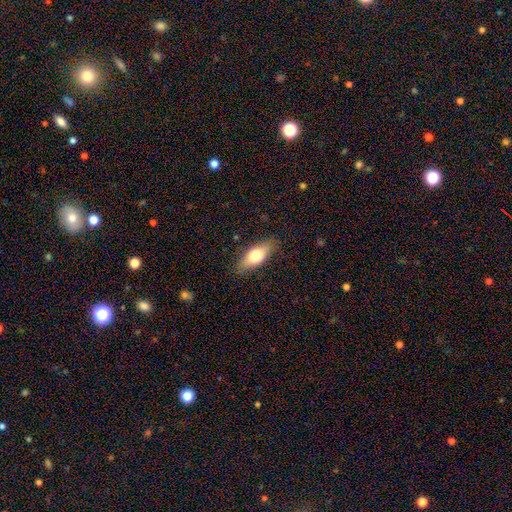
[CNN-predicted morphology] A smooth galaxy with no disk features (69%) that is in between round and cigar-shaped (77%).

Vote fractions:
- Smooth or featured? smooth: 69% / featured or disk: 24% / star or artifact: 7%
- How rounded? in between: 77% / cigar-shaped: 20% / round: 3%
- Merging? none: 83% / minor disturbance: 13% / major disturbance: 3% / merger: 1%